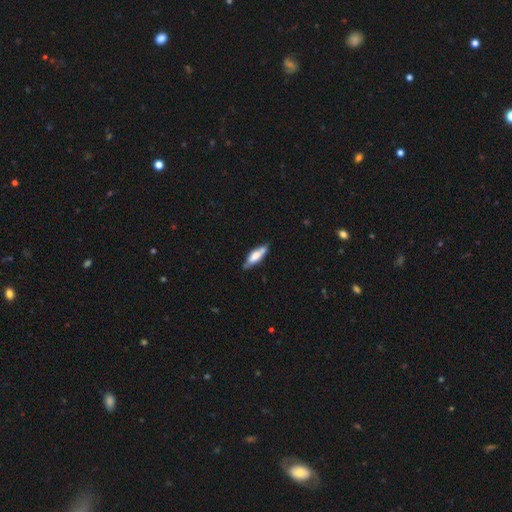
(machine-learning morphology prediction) The model was most divided on "how rounded": cigar-shaped: 55%, in between: 43%, round: 2%. More confident: merging — none (74%); smooth or featured — smooth (60%).